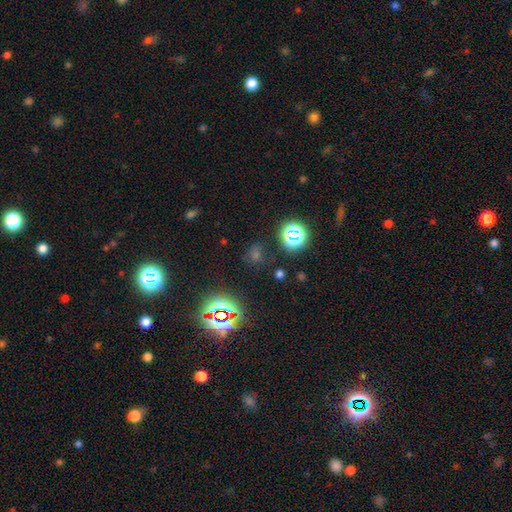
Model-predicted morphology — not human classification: The model was most divided on "smooth or featured": star or artifact: 54%, smooth: 38%, featured or disk: 8%.